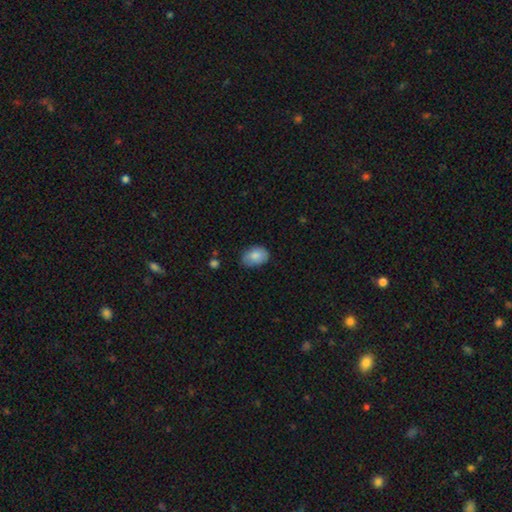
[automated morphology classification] Smooth or featured?
  - smooth: 83% *
  - featured or disk: 10%
  - star or artifact: 7%
How rounded?
  - in between: 81% *
  - round: 18%
  - cigar-shaped: 1%
Merging?
  - none: 68% *
  - minor disturbance: 26%
  - major disturbance: 4%
  - merger: 2%